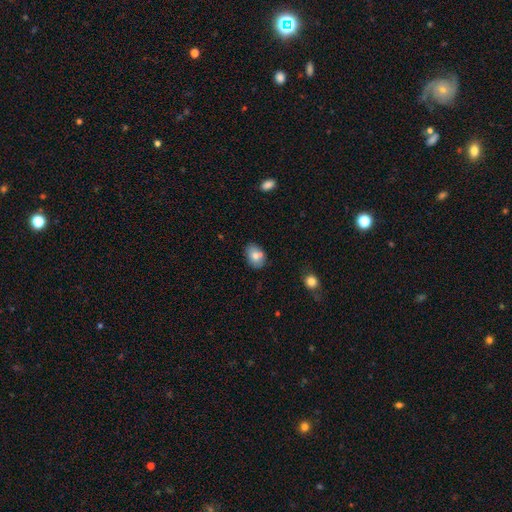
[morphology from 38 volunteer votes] A smooth galaxy with no disk features (76%) that is in between round and cigar-shaped (62%).

Vote fractions:
- Smooth or featured? smooth: 76% / featured or disk: 21% / star or artifact: 3%
- How rounded? in between: 62% / round: 38% / cigar-shaped: 0%
- Merging? none: 68% / minor disturbance: 19% / major disturbance: 8% / merger: 5%